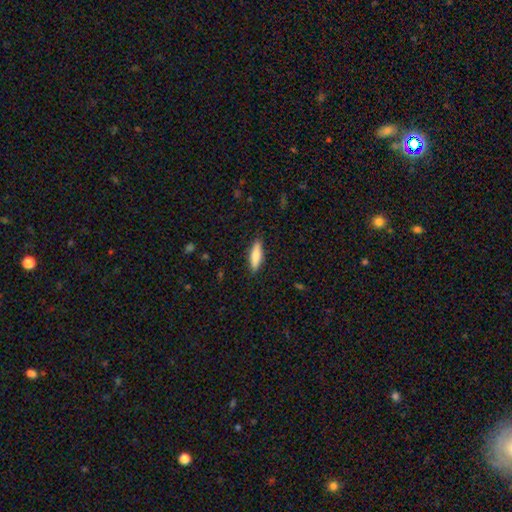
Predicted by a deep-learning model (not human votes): A smooth galaxy with no disk features (76%) that is cigar-shaped (65%).

Vote fractions:
- Smooth or featured? smooth: 76% / featured or disk: 18% / star or artifact: 6%
- How rounded? cigar-shaped: 65% / in between: 34% / round: 2%
- Merging? none: 88% / minor disturbance: 9% / major disturbance: 2% / merger: 1%